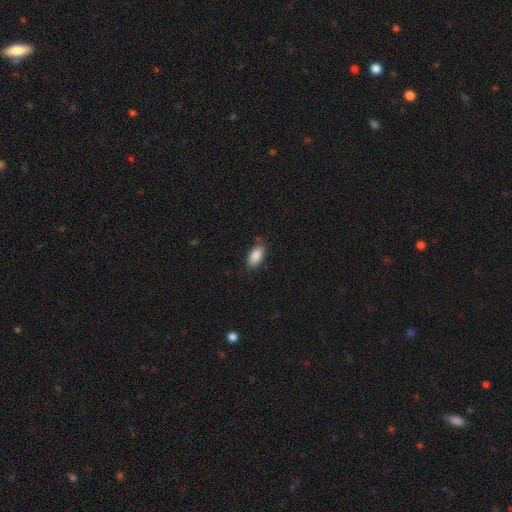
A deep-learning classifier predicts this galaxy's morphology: type=smooth (89%); roundness=in between (92%); merging=none (80%).